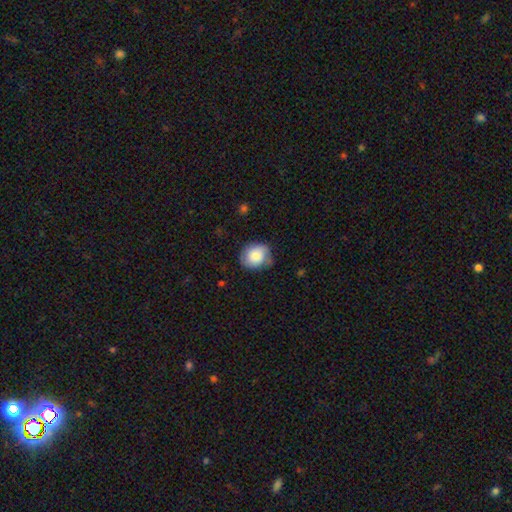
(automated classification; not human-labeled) This is likely a smooth galaxy (76%). How rounded: likely round (67%). Merging: likely none (65%).